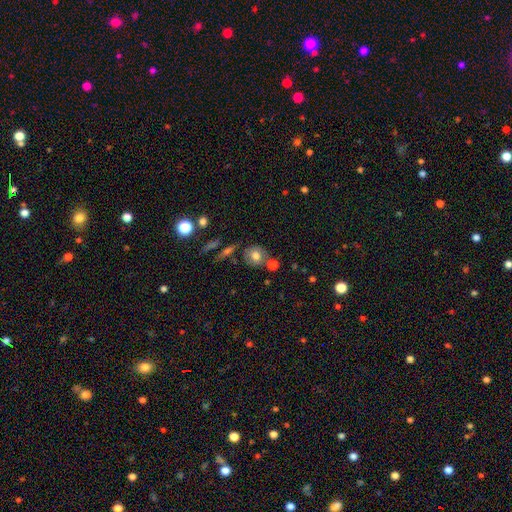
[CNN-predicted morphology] smooth 71%, featured or disk 18%, star or artifact 11%. Down the decision tree: how rounded — round (77%); merging — none (67%).